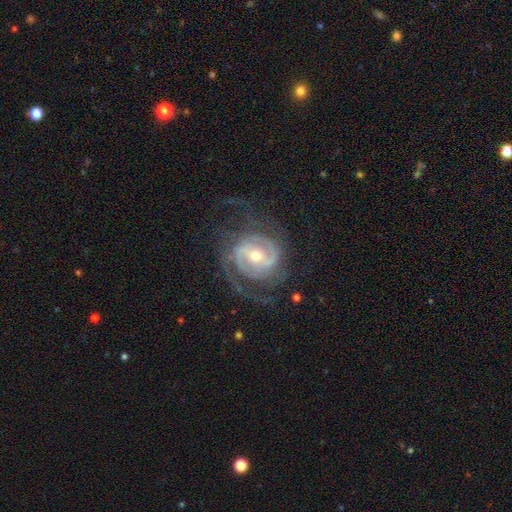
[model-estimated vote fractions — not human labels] This appears to be a featured or disk galaxy (89%) with a weak bar (41%), 2 (62%) tight (47%) spiral arms (96%) and a moderate central bulge (48%). Merging: none (66%).